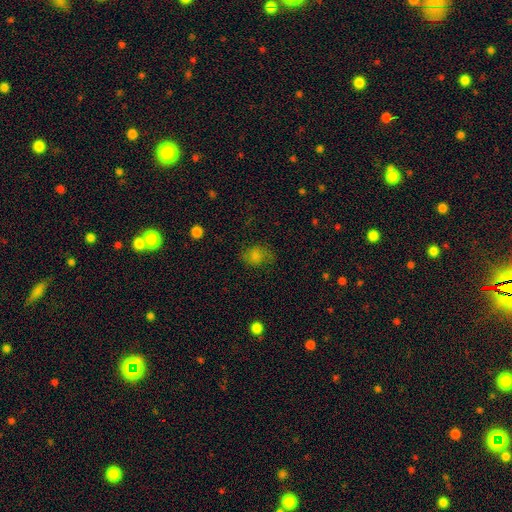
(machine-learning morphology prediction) A smooth galaxy with no disk features (72%) that is in between round and cigar-shaped (53%). Merging: none (61%).